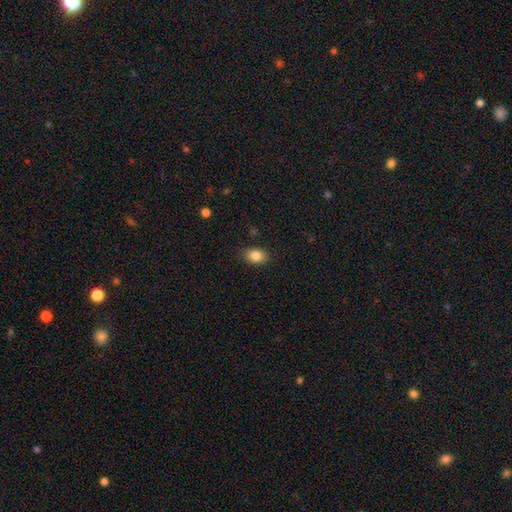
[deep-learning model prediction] Morphology: type=smooth (85%); roundness=in between (79%); merging=none (86%).